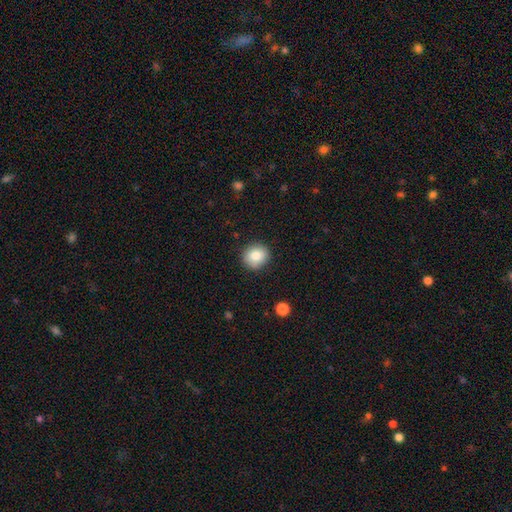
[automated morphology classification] Smooth or featured? smooth (84%)
How rounded? round (86%)
Merging? none (89%)